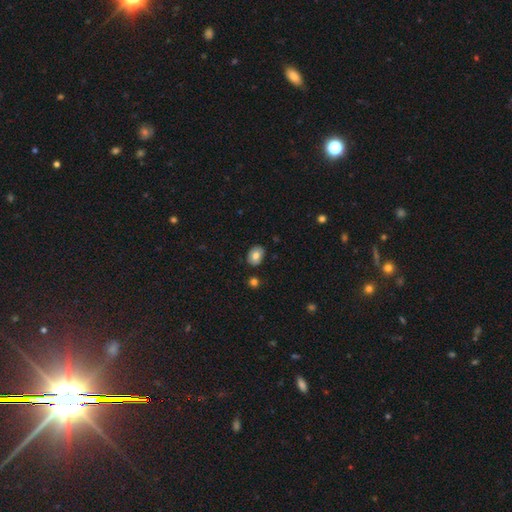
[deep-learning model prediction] Smooth or featured?
  - smooth: 78% *
  - featured or disk: 14%
  - star or artifact: 8%
How rounded?
  - in between: 69% *
  - round: 30%
  - cigar-shaped: 1%
Merging?
  - none: 84% *
  - minor disturbance: 11%
  - merger: 3%
  - major disturbance: 2%